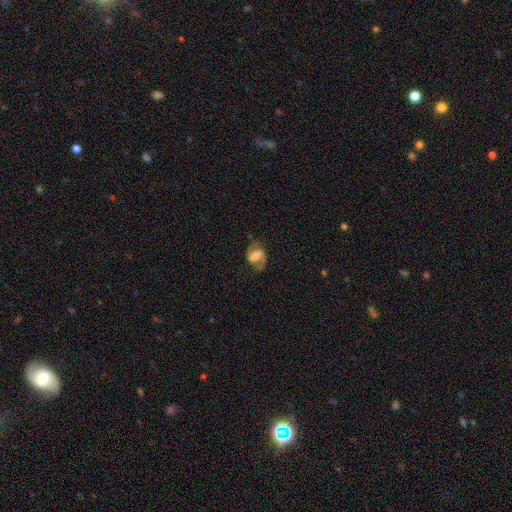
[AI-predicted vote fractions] A featured or disk galaxy (68%) with a weak bar (42%), 2 (87%) medium (49%) spiral arms (90%) and a moderate central bulge (26%, tied with none).

Vote fractions:
- Smooth or featured? featured or disk: 68% / smooth: 24% / star or artifact: 8%
- Edge-on disk? no: 97% / yes: 3%
- Bar? weak: 42% / strong: 37% / no: 21%
- Spiral arms? yes: 90% / no: 10%
- Spiral winding? medium: 49% / loose: 32% / tight: 19%
- Spiral arm count? 2: 87% / can't tell: 5% / 1: 5% / 3: 1% / 4: 1% / more than 4: 1%
- Bulge size? moderate: 26% (tied) / none: 26% (tied) / small: 23% / large: 21% / dominant: 4%
- Merging? none: 68% / minor disturbance: 19% / major disturbance: 11% / merger: 2%